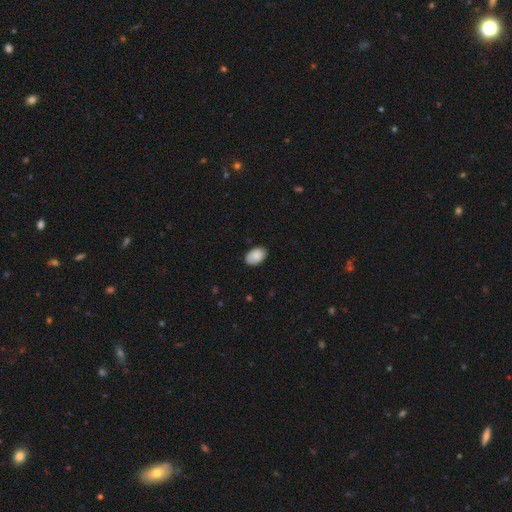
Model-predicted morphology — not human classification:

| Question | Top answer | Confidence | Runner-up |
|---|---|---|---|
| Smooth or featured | smooth | 89% | star or artifact (6%) |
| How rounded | in between | 91% | round (8%) |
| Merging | none | 84% | minor disturbance (13%) |